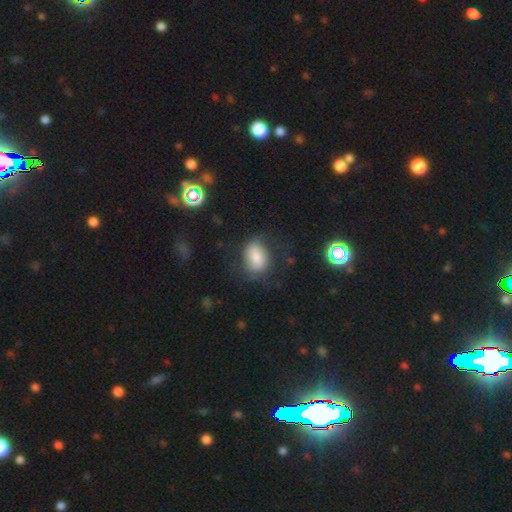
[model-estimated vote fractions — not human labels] This appears to be a smooth galaxy with no disk features (64%) that is in between round and cigar-shaped (73%). Merging: none (58%).